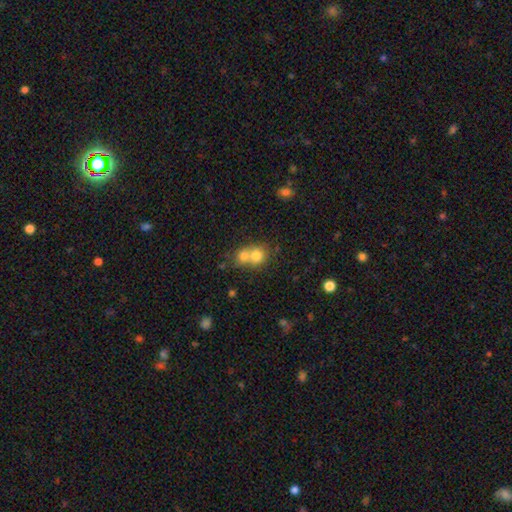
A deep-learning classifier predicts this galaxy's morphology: Smooth or featured? smooth (75%)
How rounded? round (78%)
Merging? merger (65%)